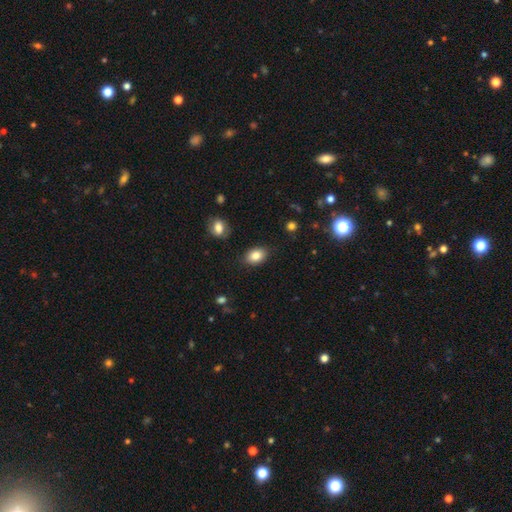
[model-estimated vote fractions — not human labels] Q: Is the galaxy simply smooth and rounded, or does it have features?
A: smooth — 84%.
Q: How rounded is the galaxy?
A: in between — 79%.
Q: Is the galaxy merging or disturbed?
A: none — 84%.